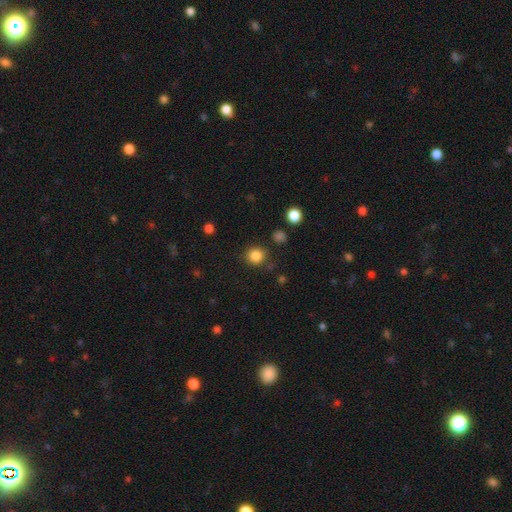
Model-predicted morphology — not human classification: Smooth or featured: smooth — 85% (star or artifact — 11%)
How rounded: round — 91% (in between — 8%)
Merging: none — 87% (minor disturbance — 8%)